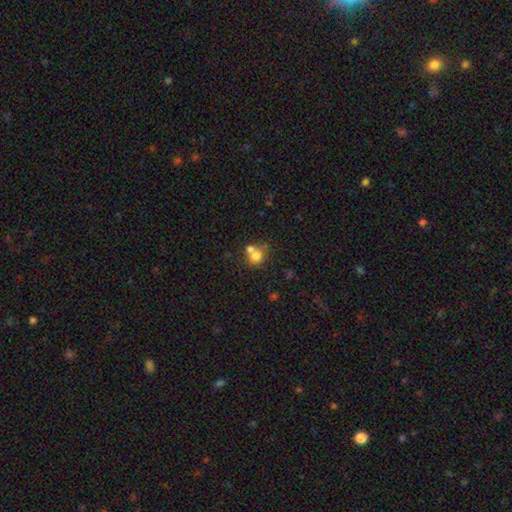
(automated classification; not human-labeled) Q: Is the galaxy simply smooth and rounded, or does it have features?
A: smooth — 74%.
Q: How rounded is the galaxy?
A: round — 82%.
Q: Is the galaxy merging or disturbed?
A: merger — 46%.